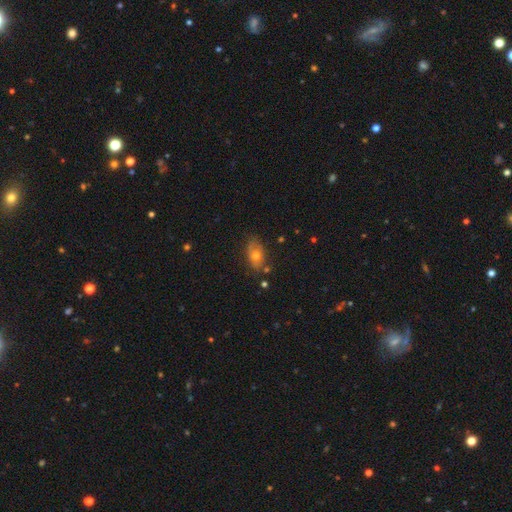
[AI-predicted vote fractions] Smooth or featured: smooth — 65% (featured or disk — 25%)
How rounded: in between — 85% (round — 12%)
Merging: none — 68% (minor disturbance — 23%)